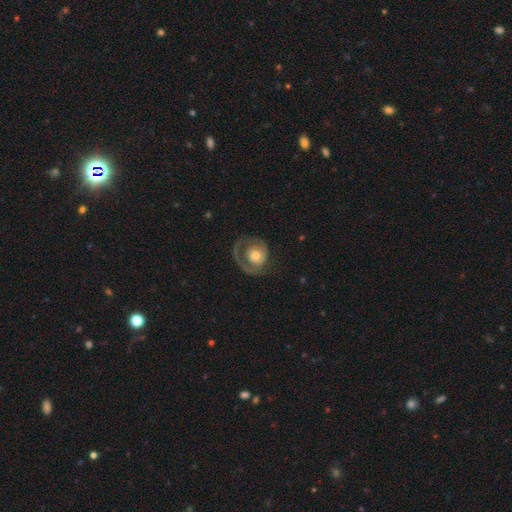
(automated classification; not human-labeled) Smooth or featured? featured or disk (67%)
Edge-on disk? no (97%)
Bar? no (80%)
Spiral arms? yes (72%)
Bulge size? moderate (61%)
Merging? none (49%)